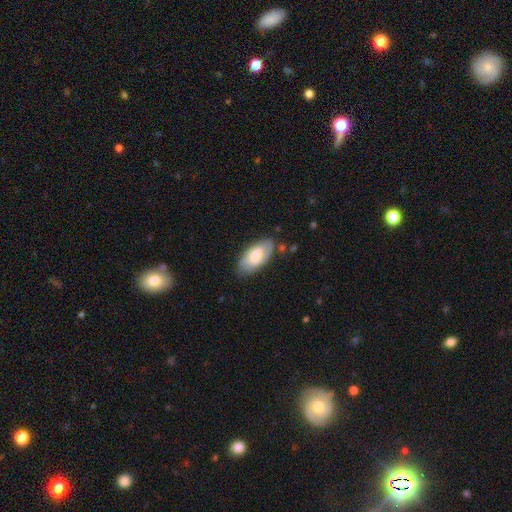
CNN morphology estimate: type=smooth (54%); roundness=in between (92%); merging=none (72%).